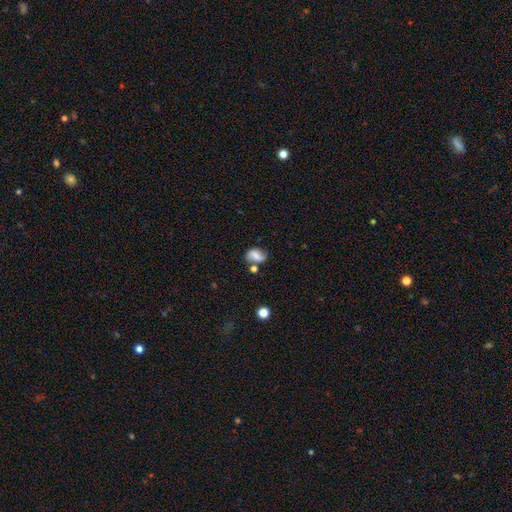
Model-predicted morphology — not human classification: smooth 51%, featured or disk 38%, star or artifact 11%. Down the decision tree: how rounded — in between (73%); merging — none (59%).